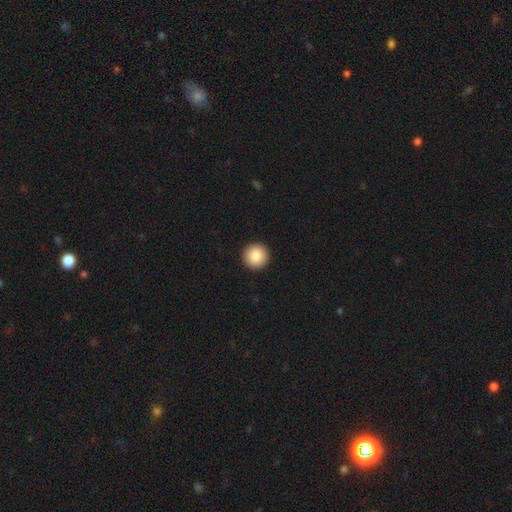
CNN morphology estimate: type=smooth (87%); roundness=round (96%); merging=none (94%).